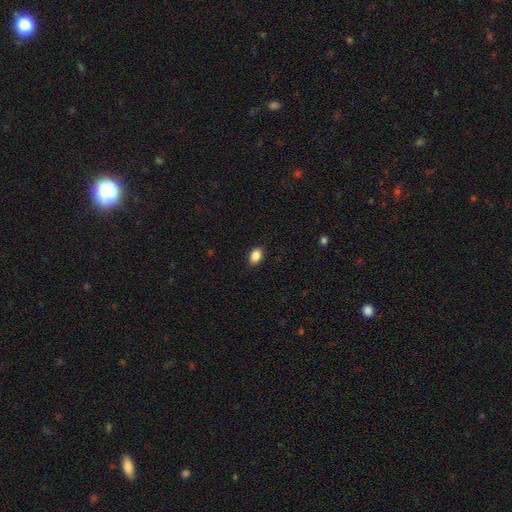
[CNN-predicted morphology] Q: Smooth or featured?
A: smooth (88%); runner-up: star or artifact (8%)
Q: How rounded?
A: in between (84%); runner-up: round (14%)
Q: Merging?
A: none (87%); runner-up: minor disturbance (10%)